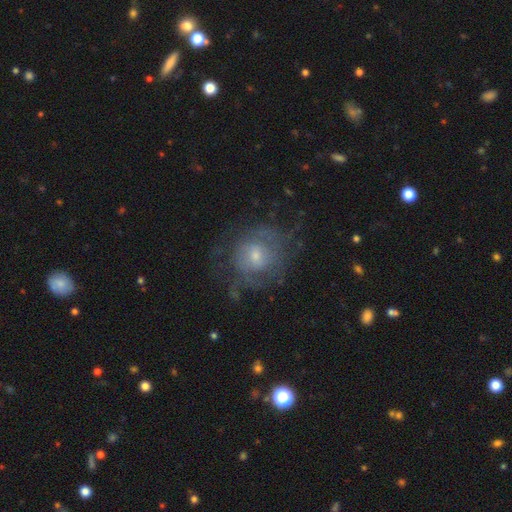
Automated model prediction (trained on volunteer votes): A featured or disk galaxy (59%) with no bar (60%), spiral arms (66%) and a small central bulge (53%).

Vote fractions:
- Smooth or featured? featured or disk: 59% / smooth: 31% / star or artifact: 10%
- Edge-on disk? no: 97% / yes: 3%
- Bar? no: 60% / weak: 34% / strong: 6%
- Spiral arms? yes: 66% / no: 34%
- Bulge size? small: 53% / moderate: 40% / large: 4% / none: 2% / dominant: 1%
- Merging? none: 56% / major disturbance: 21% / minor disturbance: 21% / merger: 2%